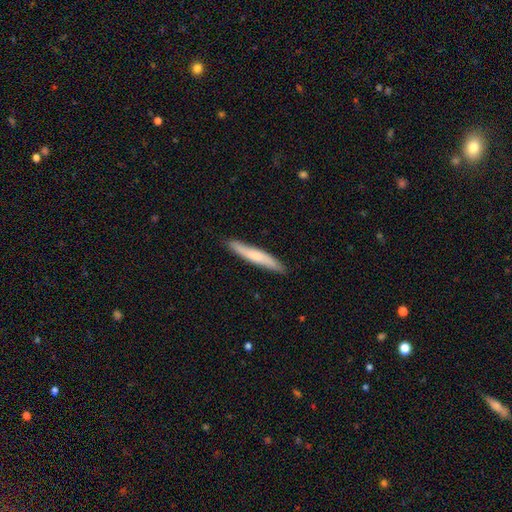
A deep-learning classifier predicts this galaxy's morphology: smooth 63%, featured or disk 31%, star or artifact 5%. Down the decision tree: how rounded — cigar-shaped (94%); merging — none (88%).